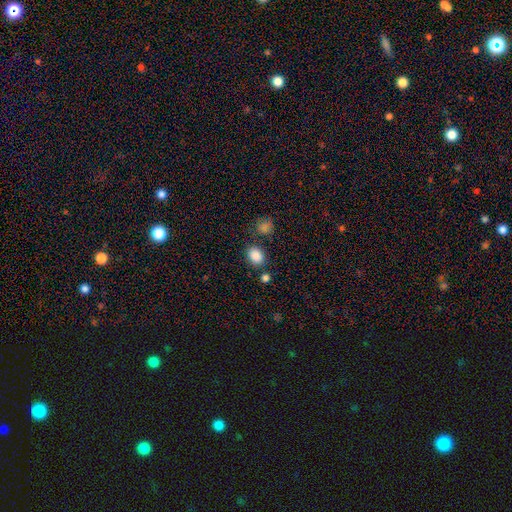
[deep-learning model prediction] This appears to be a smooth galaxy with no disk features (86%) that is in between round and cigar-shaped (55%). Merging: none (78%).